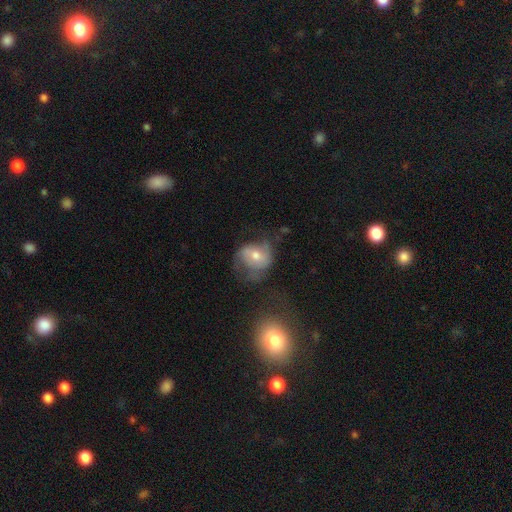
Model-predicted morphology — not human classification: The model was most divided on "merging": none: 41%, major disturbance: 29%, minor disturbance: 26%, merger: 5%. More confident: edge-on disk — no (97%); spiral arms — yes (69%); bulge size — moderate (63%); bar — no (59%); smooth or featured — featured or disk (53%).